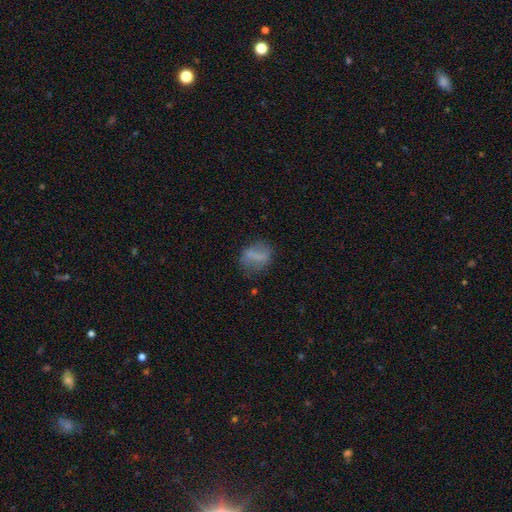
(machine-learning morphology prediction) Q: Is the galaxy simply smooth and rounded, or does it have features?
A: smooth — 61%.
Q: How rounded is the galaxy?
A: in between — 55%.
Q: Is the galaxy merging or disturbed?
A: none — 64%.